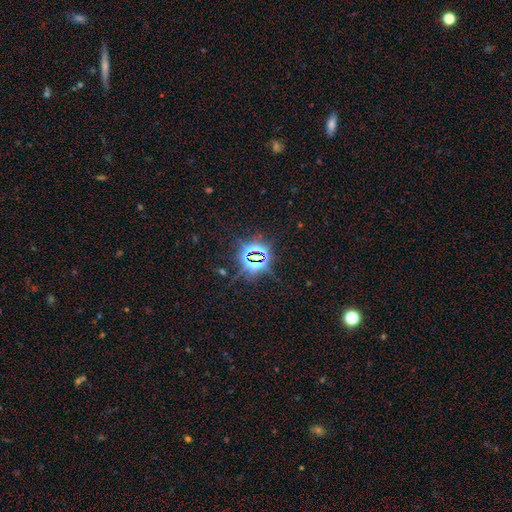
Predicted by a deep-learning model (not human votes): star or artifact 82%, smooth 10%, featured or disk 8%.